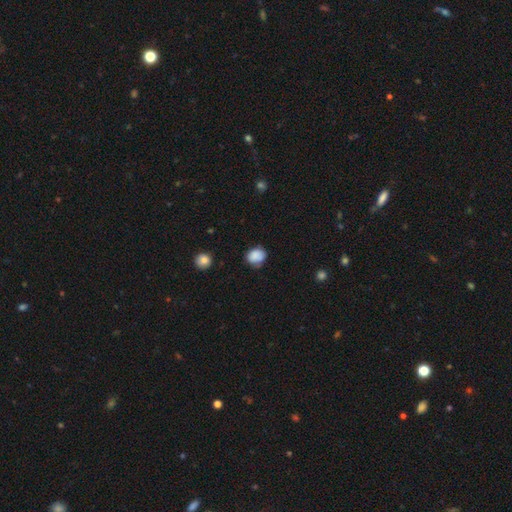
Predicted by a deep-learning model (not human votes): Morphology: type=smooth (85%); roundness=round (64%); merging=none (67%).